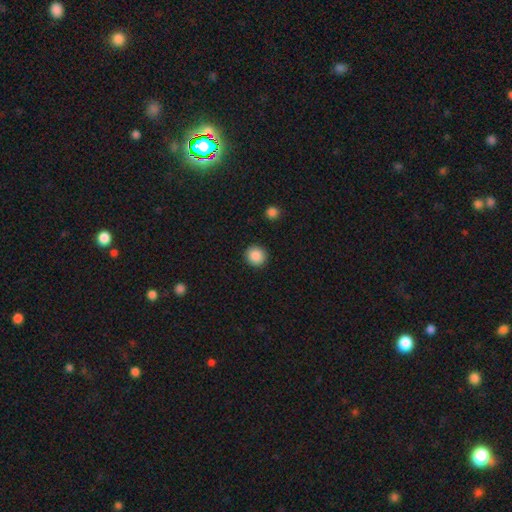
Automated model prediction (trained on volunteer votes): smooth 88%, star or artifact 9%, featured or disk 3%. Down the decision tree: how rounded — round (92%); merging — none (92%).